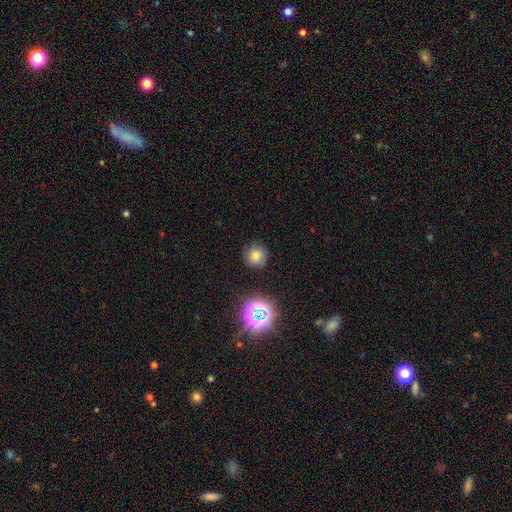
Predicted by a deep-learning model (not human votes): Smooth or featured?
  - smooth: 72% *
  - star or artifact: 20%
  - featured or disk: 8%
How rounded?
  - round: 93% *
  - in between: 6%
  - cigar-shaped: 1%
Merging?
  - none: 87% *
  - minor disturbance: 8%
  - major disturbance: 3%
  - merger: 2%